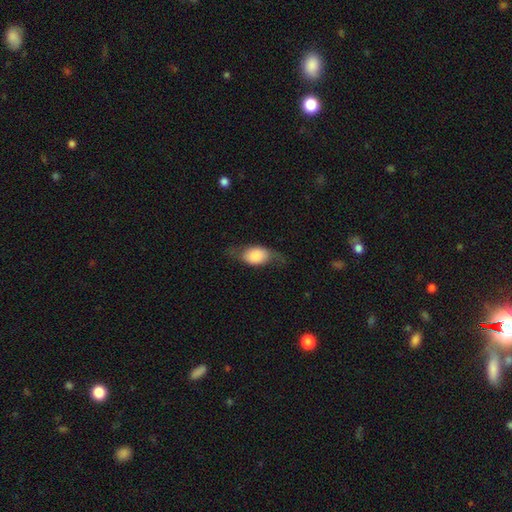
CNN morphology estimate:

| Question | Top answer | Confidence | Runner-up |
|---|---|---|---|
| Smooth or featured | smooth | 65% | featured or disk (27%) |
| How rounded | in between | 81% | round (13%) |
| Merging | none | 58% | minor disturbance (25%) |